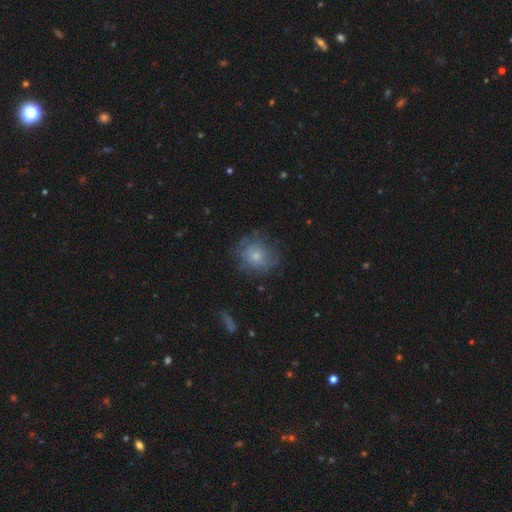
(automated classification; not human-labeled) Morphology: type=smooth (60%); roundness=round (77%); merging=none (66%).